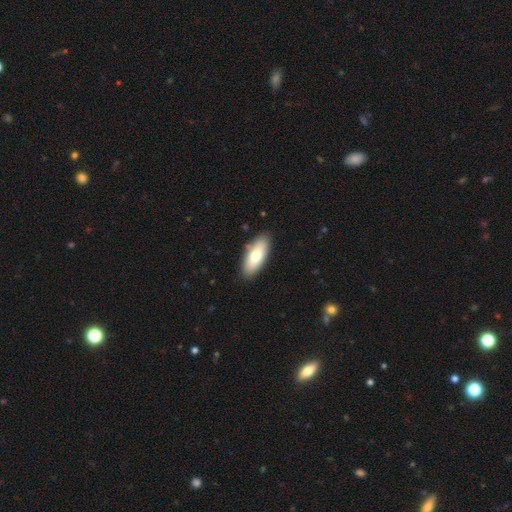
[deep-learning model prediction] Morphology: type=smooth (72%); roundness=in between (79%); merging=none (86%).